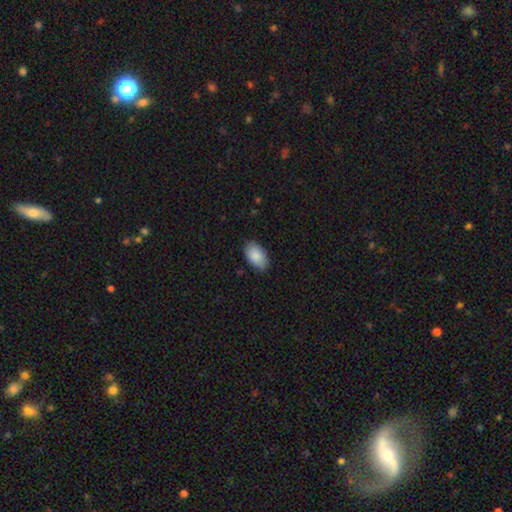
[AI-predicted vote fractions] A smooth galaxy with no disk features (88%) that is in between round and cigar-shaped (94%). Merging: none (84%).